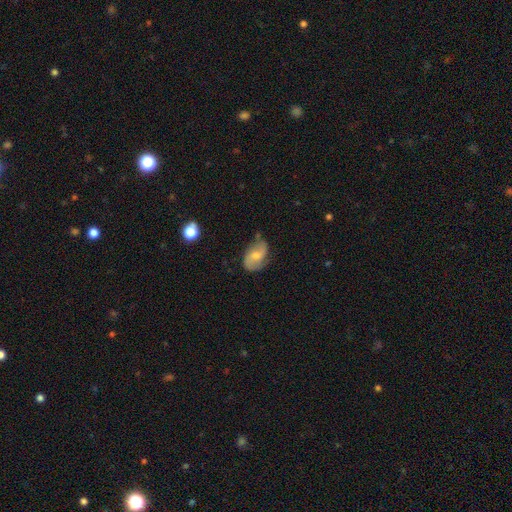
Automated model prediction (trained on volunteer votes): This is possibly a featured or disk galaxy (57%). It is clearly not viewed edge-on (96%). Bar: possibly no (48%). Spiral arm pattern: clearly yes (86%). Central bulge: possibly small (47%). Merging: likely none (61%).